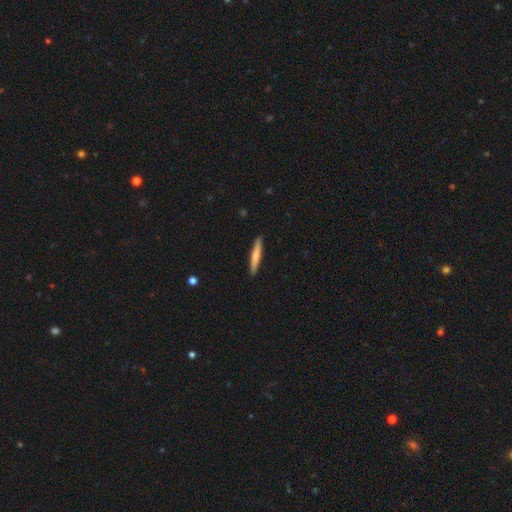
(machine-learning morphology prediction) smooth-or-featured: smooth: 62% | featured or disk: 33% | star or artifact: 5%
  how-rounded: cigar-shaped: 93% | in between: 6% | round: 1%
  merging: none: 91% | minor disturbance: 6% | major disturbance: 1% | merger: 1%